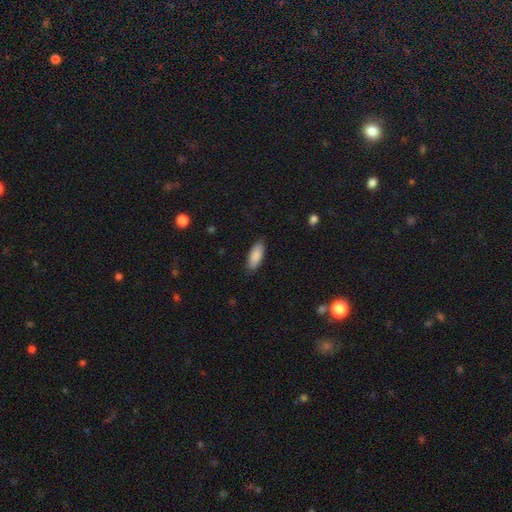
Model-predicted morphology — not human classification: type=smooth (88%); roundness=in between (79%); merging=none (86%).